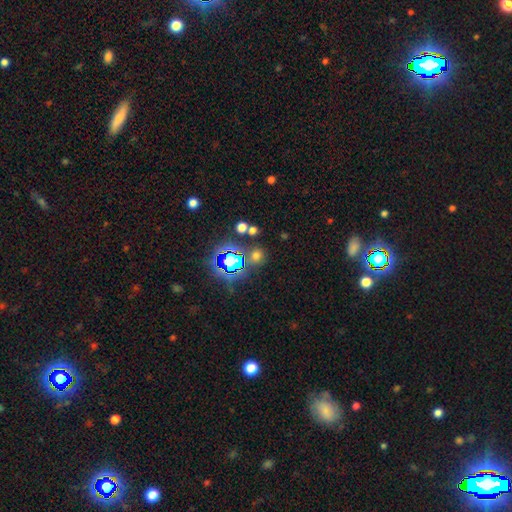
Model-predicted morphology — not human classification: Overall: smooth (55%; star or artifact 38%). How rounded: round (80%). Merging: none (76%).